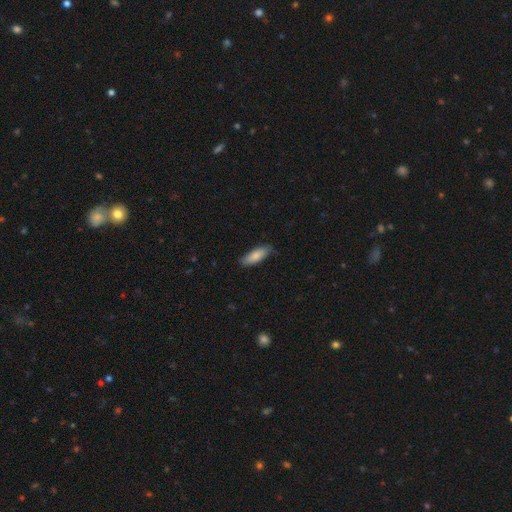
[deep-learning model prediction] smooth_or_featured: smooth (p=0.82) [alt: featured or disk p=0.12]
how_rounded: in between (p=0.69) [alt: cigar-shaped p=0.30]
merging: none (p=0.77) [alt: minor disturbance p=0.19]